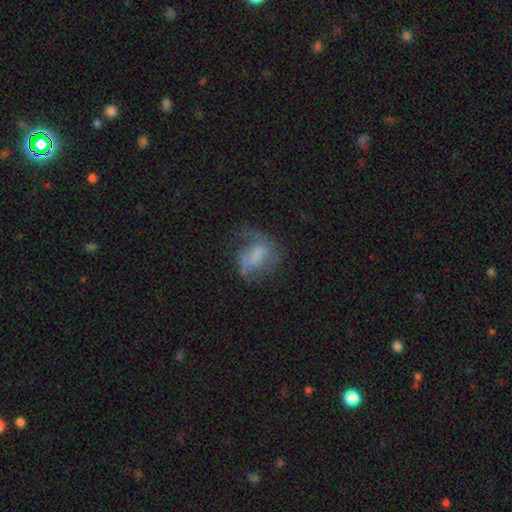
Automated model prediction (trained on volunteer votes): A smooth galaxy with no disk features (47%).

Vote fractions:
- Smooth or featured? smooth: 47% / featured or disk: 42% / star or artifact: 11%
- Merging? major disturbance: 36% / none: 35% / minor disturbance: 25% / merger: 4%